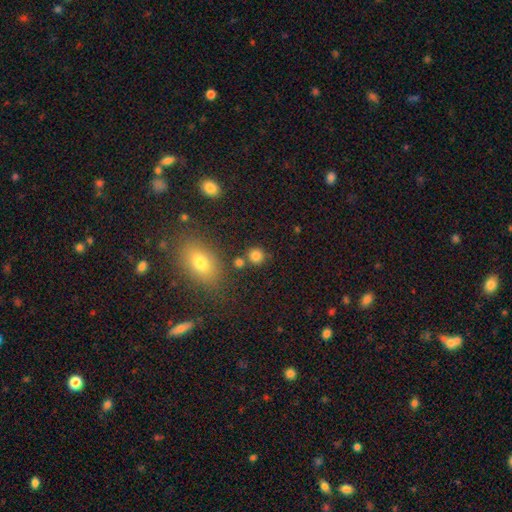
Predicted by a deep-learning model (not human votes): Morphology: type=smooth (82%); roundness=round (87%); merging=none (76%).